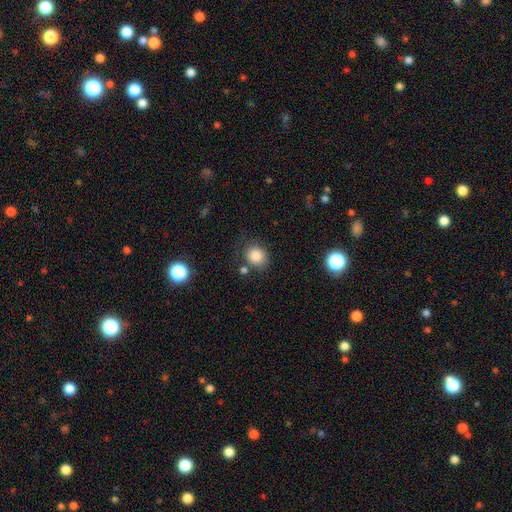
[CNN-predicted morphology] Q: Smooth or featured?
A: smooth (83%); runner-up: star or artifact (11%)
Q: How rounded?
A: round (74%); runner-up: in between (25%)
Q: Merging?
A: none (72%); runner-up: minor disturbance (15%)